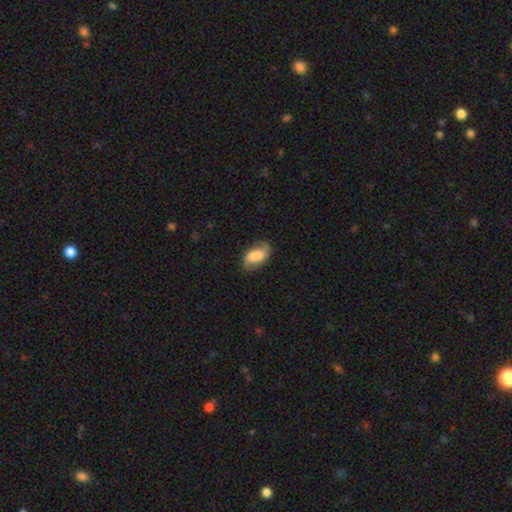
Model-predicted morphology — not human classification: Smooth or featured? smooth (67%)
How rounded? in between (93%)
Merging? none (69%)